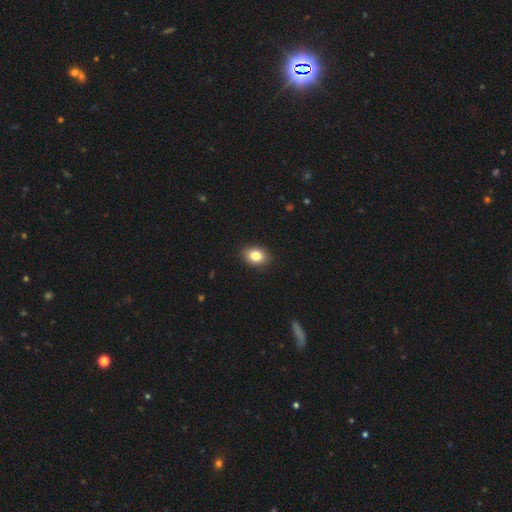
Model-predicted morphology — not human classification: smooth-or-featured: smooth: 83% | star or artifact: 10% | featured or disk: 8%
  how-rounded: in between: 65% | round: 34% | cigar-shaped: 1%
  merging: none: 90% | minor disturbance: 7% | major disturbance: 2% | merger: 1%